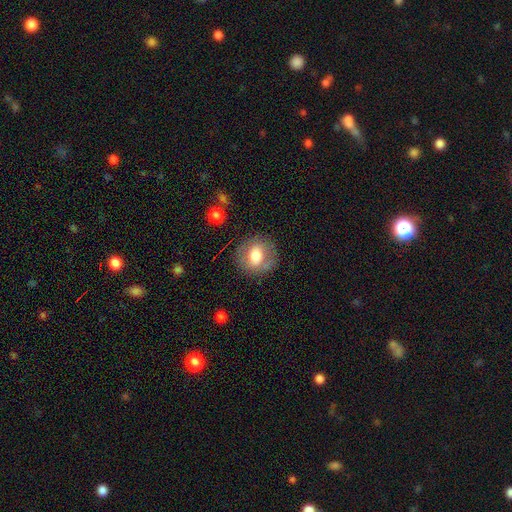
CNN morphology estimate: Overall: smooth (64%; featured or disk 28%). How rounded: round (72%). Merging: none (79%).